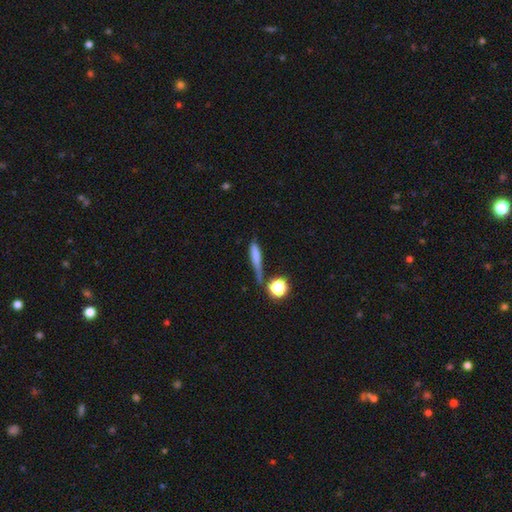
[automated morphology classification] This appears to be a smooth galaxy with no disk features (69%) that is cigar-shaped (70%). Merging: none (49%).